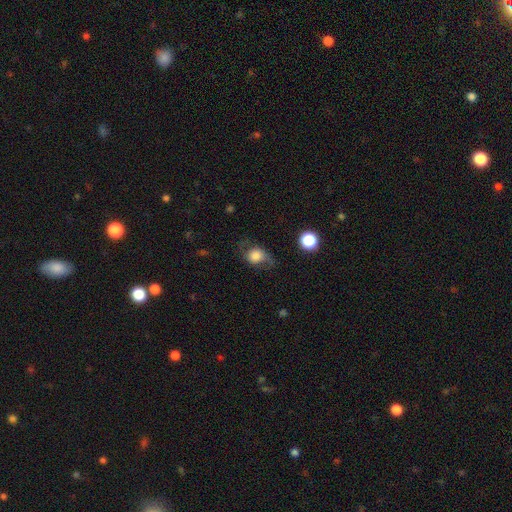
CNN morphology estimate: Smooth or featured: smooth — 67% (featured or disk — 23%)
How rounded: round — 58% (in between — 40%)
Merging: none — 47% (minor disturbance — 28%)